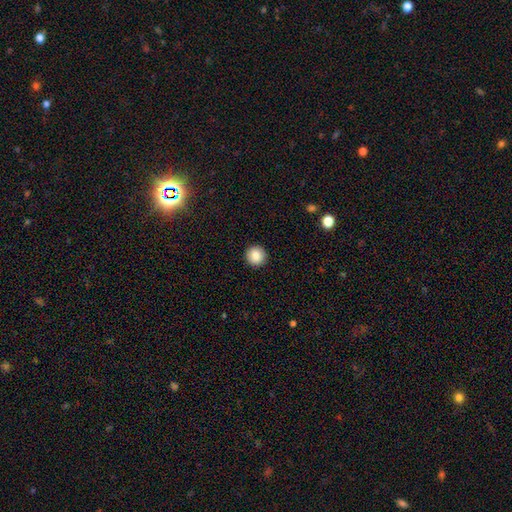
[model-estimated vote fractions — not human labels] Q: Smooth or featured?
A: smooth (86%); runner-up: star or artifact (9%)
Q: How rounded?
A: round (95%); runner-up: in between (4%)
Q: Merging?
A: none (93%); runner-up: minor disturbance (4%)